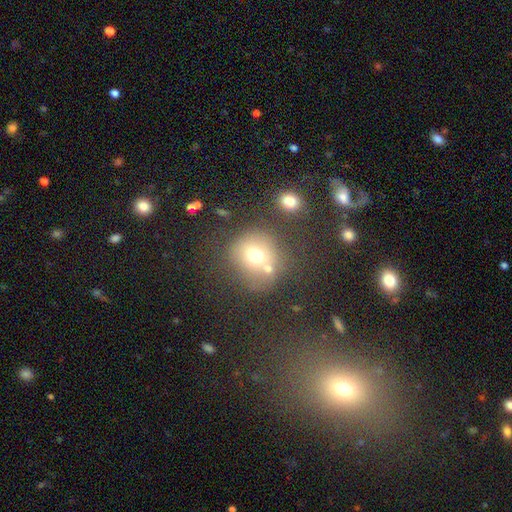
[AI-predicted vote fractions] Smooth or featured? smooth (68%)
How rounded? round (85%)
Merging? none (57%)